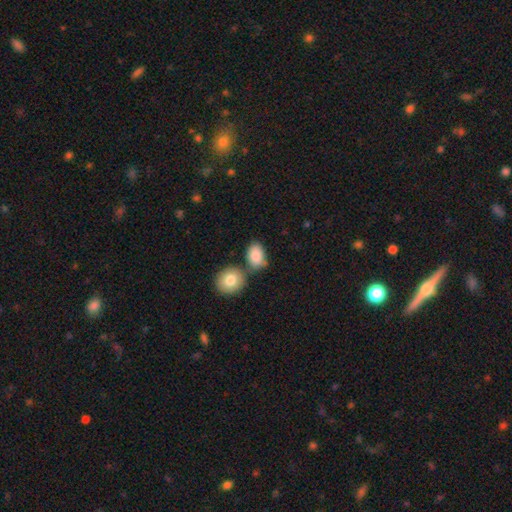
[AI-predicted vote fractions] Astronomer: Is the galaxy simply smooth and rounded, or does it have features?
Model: smooth — 86%.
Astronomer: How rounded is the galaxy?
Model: in between — 78%.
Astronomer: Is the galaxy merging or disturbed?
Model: none — 57%.